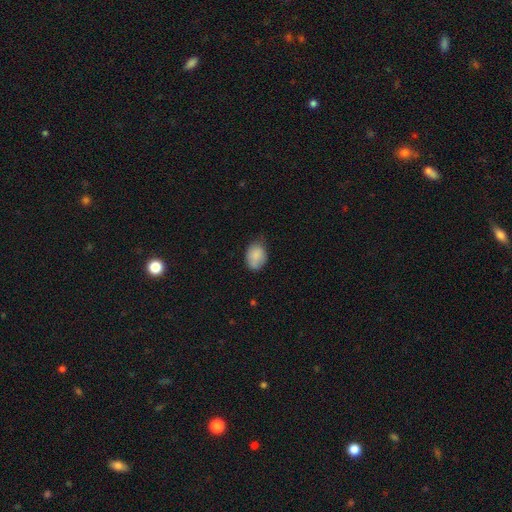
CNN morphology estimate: Q: Smooth or featured?
A: smooth (86%); runner-up: star or artifact (8%)
Q: How rounded?
A: in between (74%); runner-up: round (25%)
Q: Merging?
A: none (58%); runner-up: minor disturbance (34%)